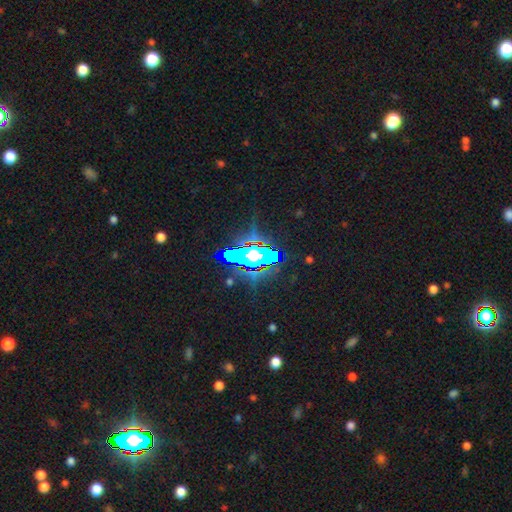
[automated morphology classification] Q: Smooth or featured?
A: star or artifact (65%); runner-up: featured or disk (19%)